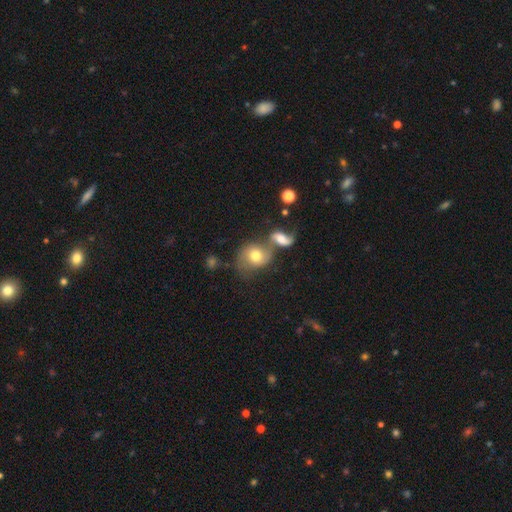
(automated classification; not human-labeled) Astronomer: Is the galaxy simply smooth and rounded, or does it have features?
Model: smooth — 58%.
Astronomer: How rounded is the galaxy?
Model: round — 56% (runner-up: in between, 43%).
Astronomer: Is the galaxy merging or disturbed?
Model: merger — 44% (runner-up: none, 32%).